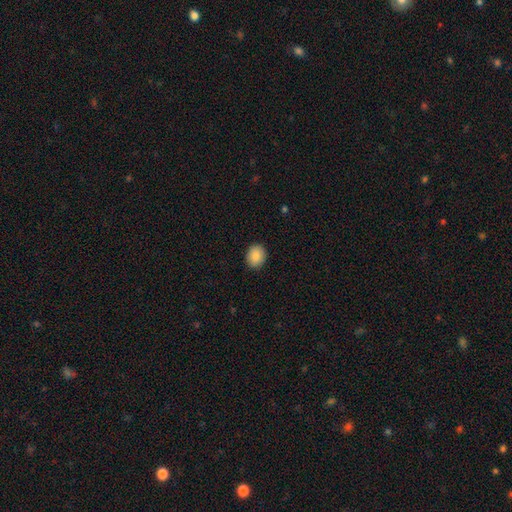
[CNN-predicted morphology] type=smooth (88%); roundness=round (54%); merging=none (90%).